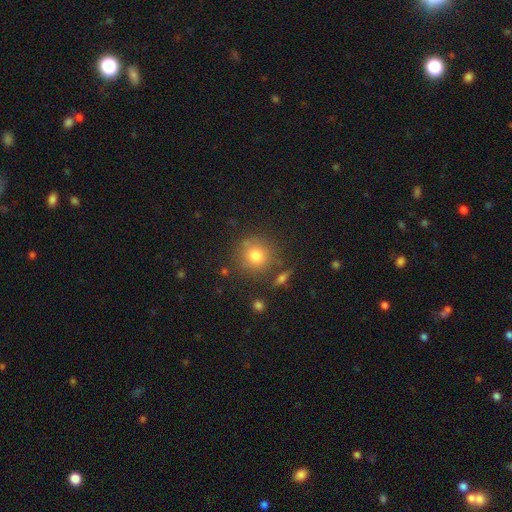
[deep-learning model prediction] The model was most divided on "smooth or featured": smooth: 77%, star or artifact: 12%, featured or disk: 11%. More confident: how rounded — round (91%); merging — none (79%).